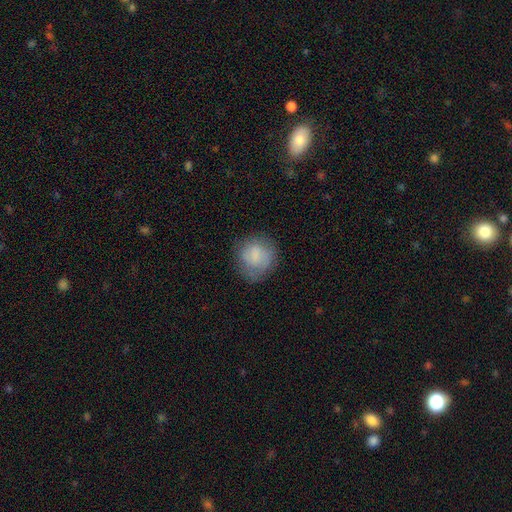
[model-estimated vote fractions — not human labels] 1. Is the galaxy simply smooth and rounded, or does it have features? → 76% smooth, 16% featured or disk, 8% star or artifact.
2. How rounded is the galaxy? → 81% round, 18% in between, 1% cigar-shaped.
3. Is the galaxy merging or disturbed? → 68% none, 22% minor disturbance, 9% major disturbance, 1% merger.